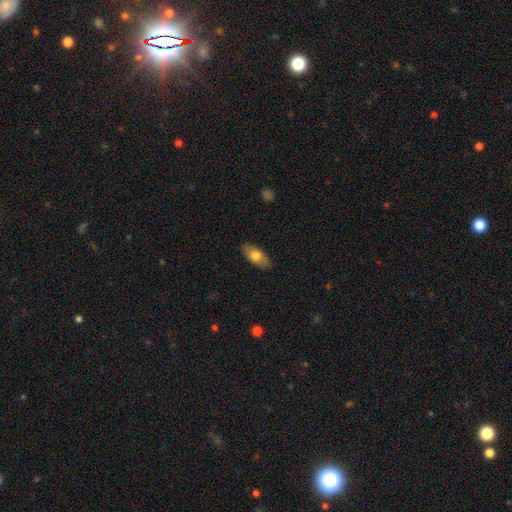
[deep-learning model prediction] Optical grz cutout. It shows a smooth galaxy with no disk features (71%) that is in between round and cigar-shaped (87%). Merging: none (87%).